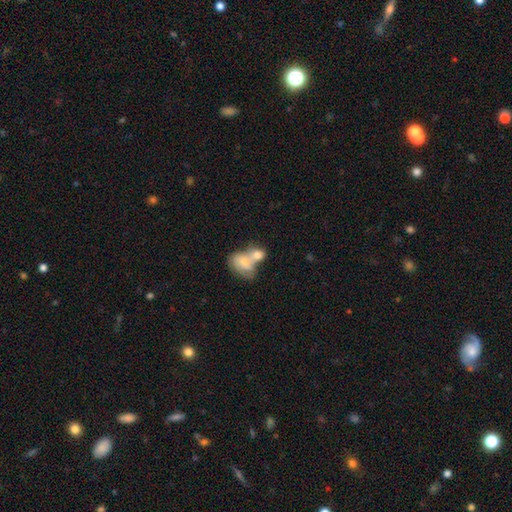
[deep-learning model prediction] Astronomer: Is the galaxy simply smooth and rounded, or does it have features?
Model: smooth — 61%.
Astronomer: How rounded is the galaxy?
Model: in between — 66%.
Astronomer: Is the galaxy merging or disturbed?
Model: merger — 61%.